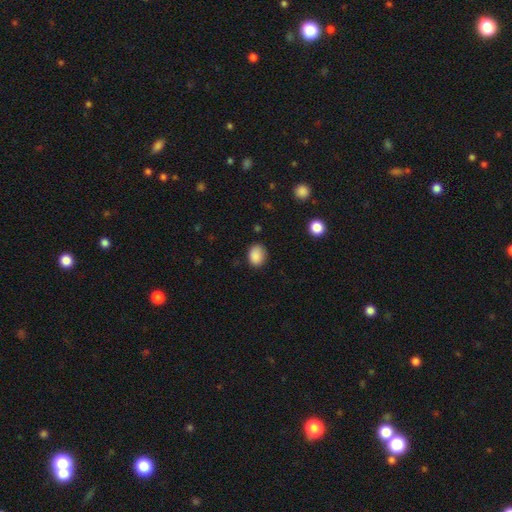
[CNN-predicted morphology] smooth-or-featured: smooth: 87% | star or artifact: 9% | featured or disk: 4%
  how-rounded: in between: 58% | round: 41% | cigar-shaped: 1%
  merging: none: 77% | minor disturbance: 18% | major disturbance: 4% | merger: 1%